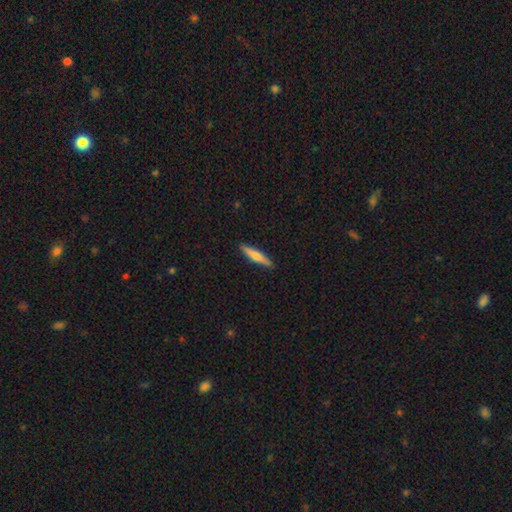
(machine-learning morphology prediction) This is possibly a smooth galaxy (53%). How rounded: clearly cigar-shaped (90%). Merging: clearly none (90%).